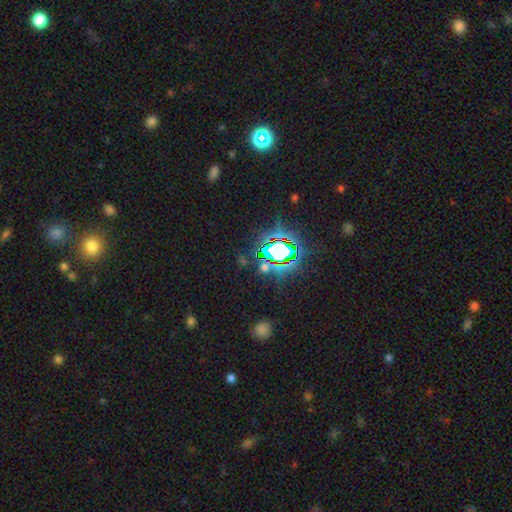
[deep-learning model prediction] Smooth or featured?
  - star or artifact: 80% *
  - smooth: 12%
  - featured or disk: 8%